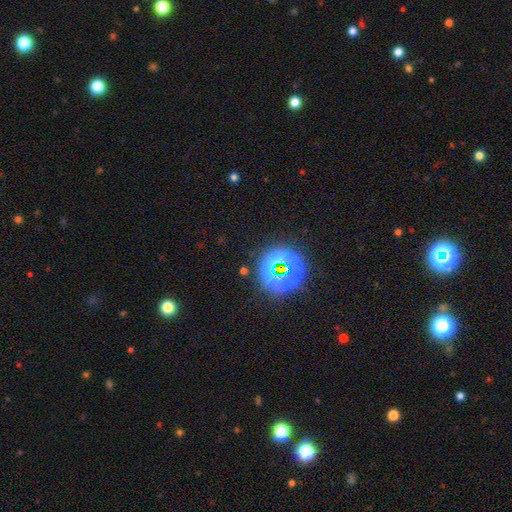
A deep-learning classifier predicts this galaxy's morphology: star or artifact 74%, smooth 17%, featured or disk 9%.